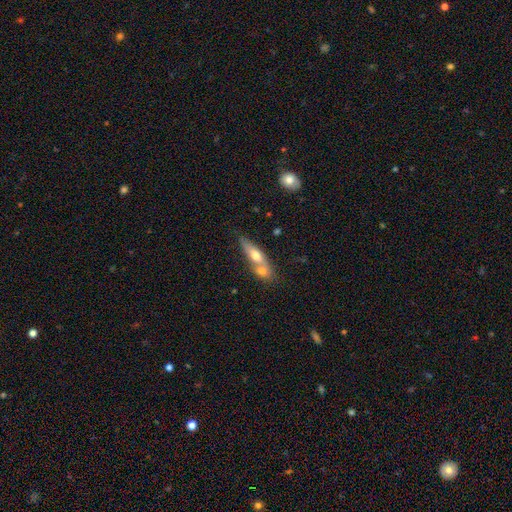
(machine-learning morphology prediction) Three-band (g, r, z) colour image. It shows a smooth galaxy with no disk features (59%) that is cigar-shaped (50%). Merging: merger (55%).